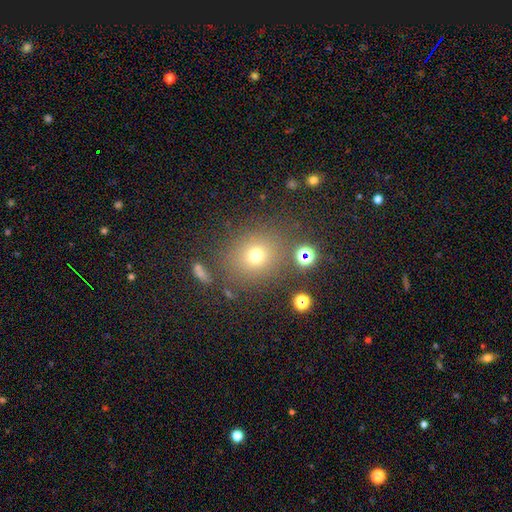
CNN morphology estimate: The model was most divided on "smooth or featured": smooth: 69%, star or artifact: 21%, featured or disk: 10%. More confident: how rounded — round (83%); merging — none (80%).